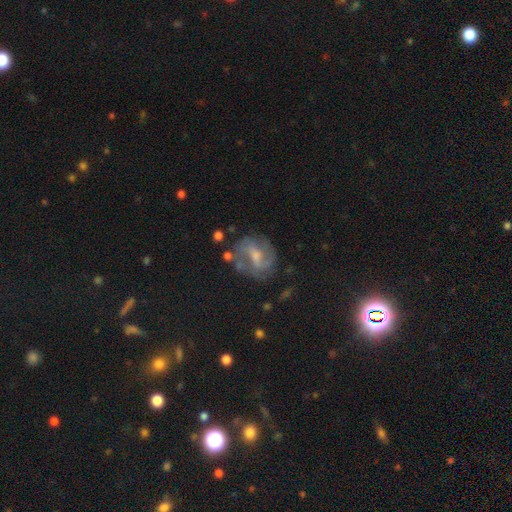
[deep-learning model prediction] Morphology: type=featured or disk (72%); edge-on=no (97%); bar=weak (55%); spiral arms=yes (89%); winding=medium (50%); arm count=2 (68%); bulge=moderate (44%); merging=none (69%).